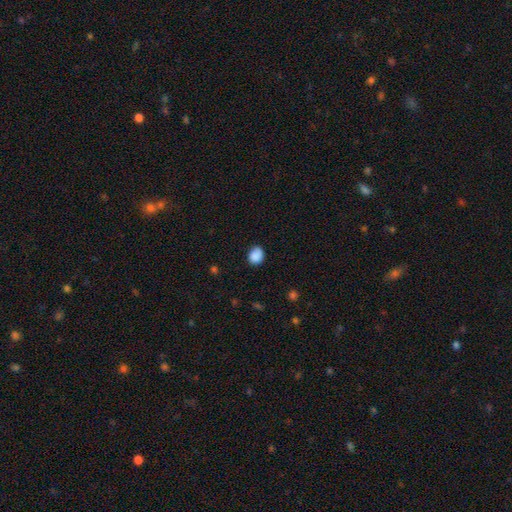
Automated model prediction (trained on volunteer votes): This appears to be a smooth galaxy with no disk features (88%) that is round (61%). Merging: none (75%).